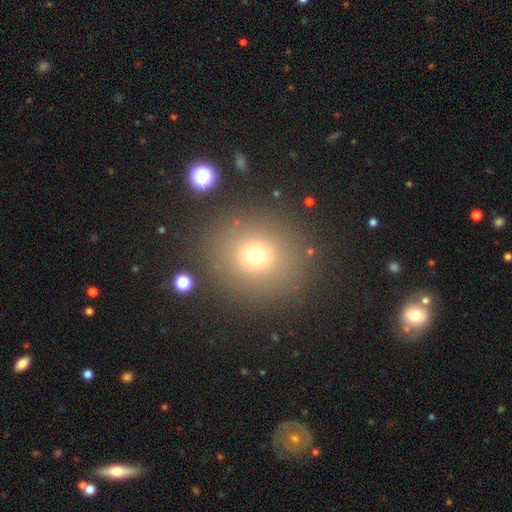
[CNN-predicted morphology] smooth-or-featured: smooth: 69% | star or artifact: 20% | featured or disk: 11%
  how-rounded: round: 85% | in between: 14% | cigar-shaped: 1%
  merging: none: 85% | minor disturbance: 8% | major disturbance: 4% | merger: 3%